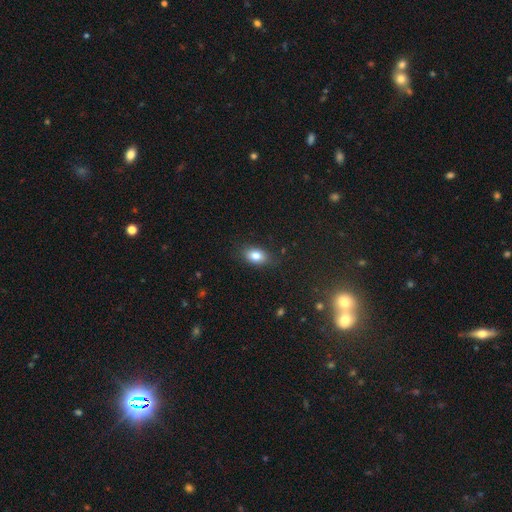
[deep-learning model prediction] Smooth or featured? Predicted: smooth (p=0.82). How rounded? Predicted: in between (p=0.86). Merging? Predicted: none (p=0.83).